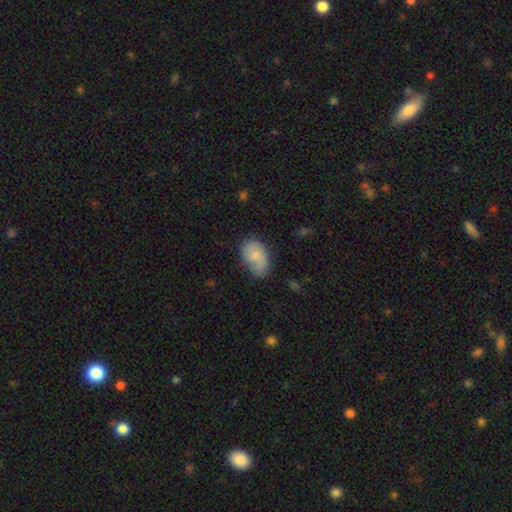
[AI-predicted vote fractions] smooth-or-featured: smooth: 76% | featured or disk: 17% | star or artifact: 7%
  how-rounded: in between: 89% | round: 10% | cigar-shaped: 1%
  merging: none: 54% | minor disturbance: 31% | major disturbance: 10% | merger: 5%